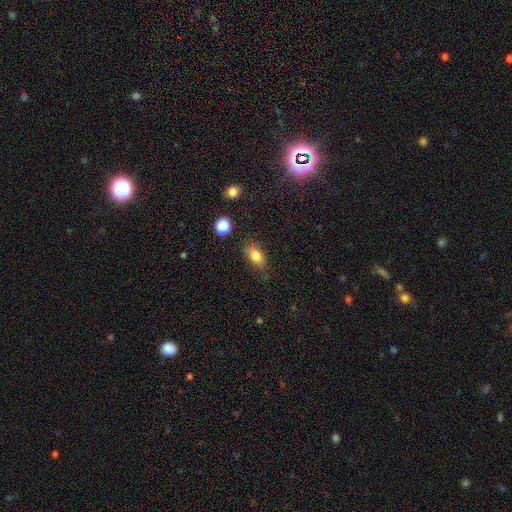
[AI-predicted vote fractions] This appears to be a smooth galaxy with no disk features (81%) that is in between round and cigar-shaped (83%). Merging: none (74%).